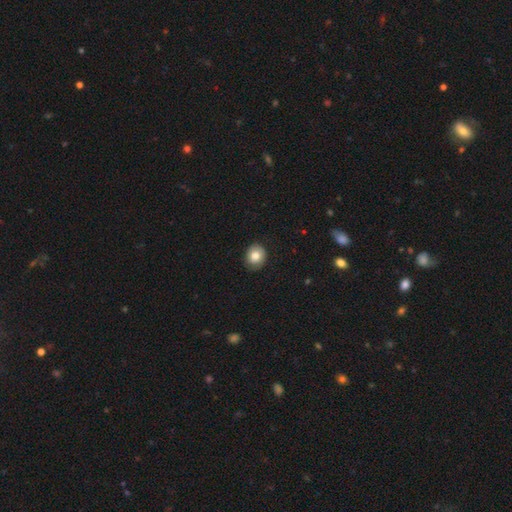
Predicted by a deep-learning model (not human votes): smooth 75%, featured or disk 18%, star or artifact 8%. Down the decision tree: how rounded — round (66%); merging — none (78%).